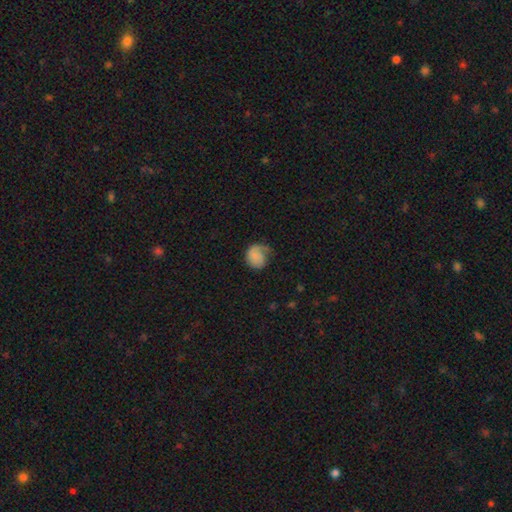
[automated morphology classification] Q: Smooth or featured?
A: smooth (63%); runner-up: featured or disk (30%)
Q: How rounded?
A: round (66%); runner-up: in between (33%)
Q: Merging?
A: none (37%); runner-up: minor disturbance (31%)